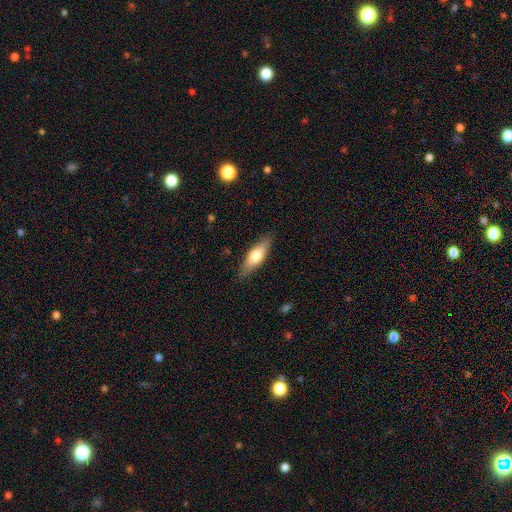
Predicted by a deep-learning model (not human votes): smooth_or_featured: smooth (p=0.59) [alt: featured or disk p=0.35]
how_rounded: in between (p=0.49) [tied with: cigar-shaped p=0.49]
merging: none (p=0.85) [alt: minor disturbance p=0.11]